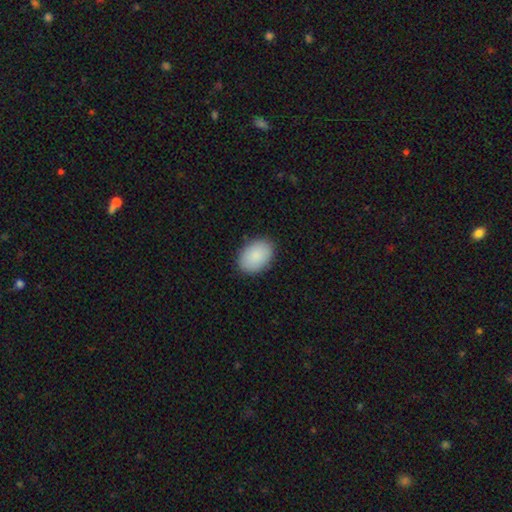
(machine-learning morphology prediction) The model was most divided on "how rounded": in between: 85%, round: 14%, cigar-shaped: 1%. More confident: smooth or featured — smooth (89%); merging — none (87%).